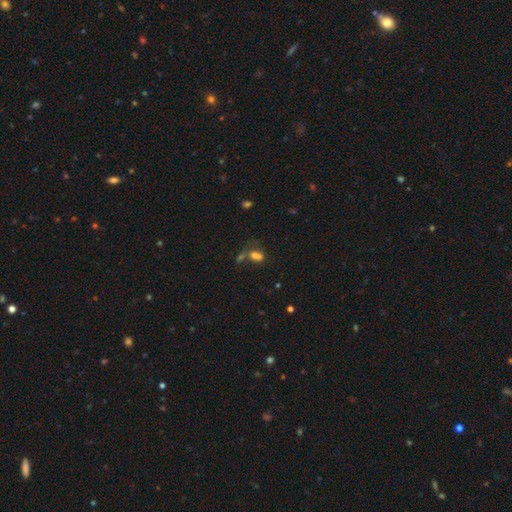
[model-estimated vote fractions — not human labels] A smooth galaxy with no disk features (65%) that is in between round and cigar-shaped (65%).

Vote fractions:
- Smooth or featured? smooth: 65% / star or artifact: 20% / featured or disk: 15%
- How rounded? in between: 65% / round: 32% / cigar-shaped: 3%
- Merging? merger: 50% / none: 28% / major disturbance: 11% / minor disturbance: 11%